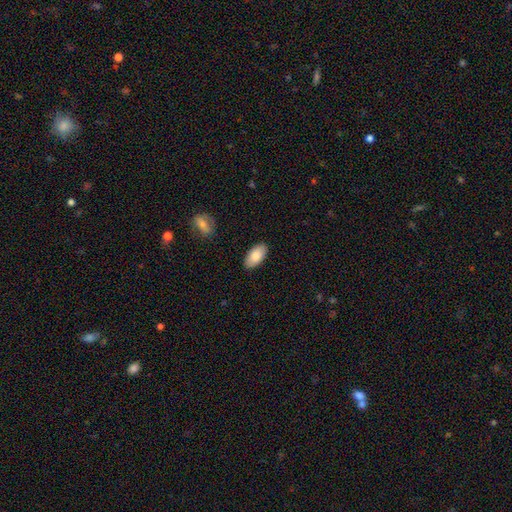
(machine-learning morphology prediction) Smooth or featured? smooth (85%)
How rounded? in between (95%)
Merging? none (88%)